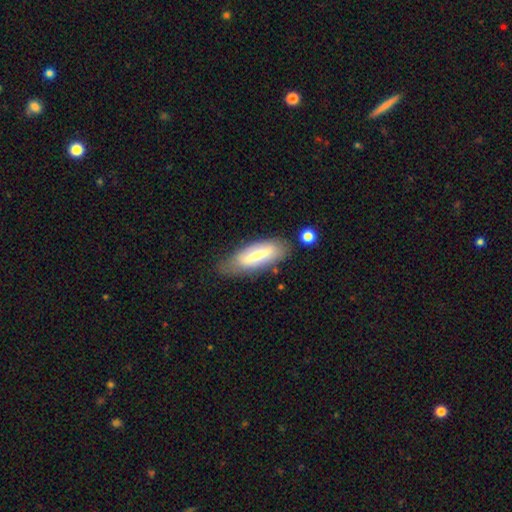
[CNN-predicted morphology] Q: Smooth or featured?
A: smooth (54%); runner-up: featured or disk (40%)
Q: How rounded?
A: in between (55%); runner-up: cigar-shaped (43%)
Q: Merging?
A: none (68%); runner-up: minor disturbance (22%)